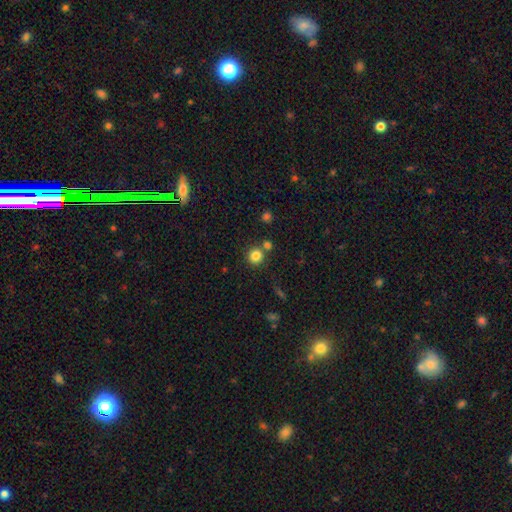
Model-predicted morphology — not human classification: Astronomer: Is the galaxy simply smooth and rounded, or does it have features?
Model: smooth — 83%.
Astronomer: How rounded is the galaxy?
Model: round — 90%.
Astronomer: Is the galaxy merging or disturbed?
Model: none — 75%.